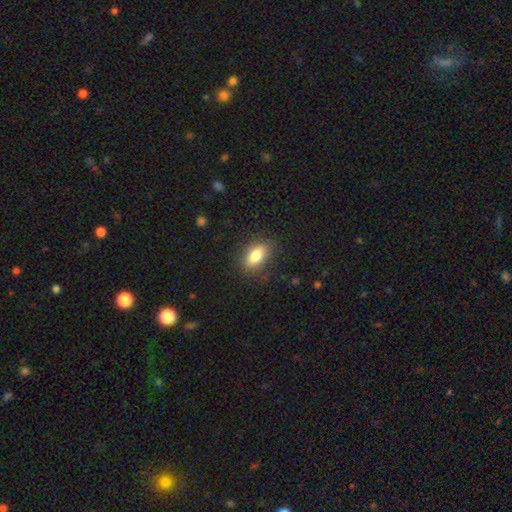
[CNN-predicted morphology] The model was most divided on "smooth or featured": smooth: 82%, featured or disk: 10%, star or artifact: 8%. More confident: how rounded — in between (88%); merging — none (84%).